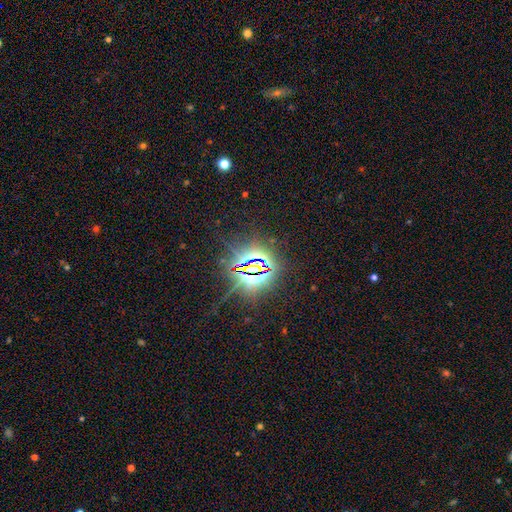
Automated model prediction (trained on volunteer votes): smooth-or-featured: star or artifact: 86% | smooth: 7% | featured or disk: 7%